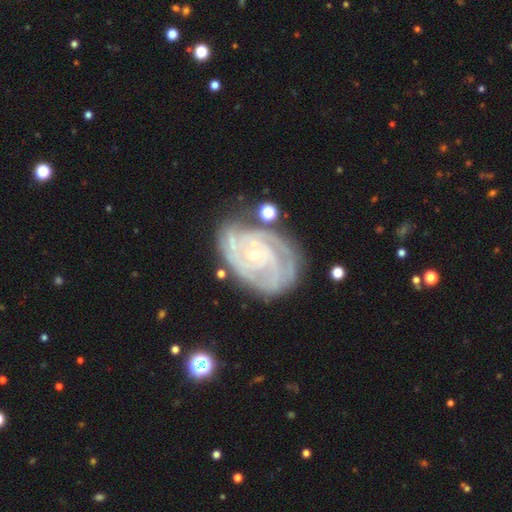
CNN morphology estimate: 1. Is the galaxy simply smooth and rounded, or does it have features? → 87% featured or disk, 7% smooth, 6% star or artifact.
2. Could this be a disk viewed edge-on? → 97% no, 3% yes.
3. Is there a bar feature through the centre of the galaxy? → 75% no, 19% weak, 6% strong.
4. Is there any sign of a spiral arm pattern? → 96% yes, 4% no.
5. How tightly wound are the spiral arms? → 77% tight, 20% medium, 4% loose.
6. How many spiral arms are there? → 27% can't tell, 24% 3, 22% 2, 15% 4, 7% more than 4, 6% 1.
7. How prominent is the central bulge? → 84% small, 12% moderate, 2% none, 1% large, 1% dominant.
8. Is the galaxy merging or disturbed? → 67% none, 21% minor disturbance, 8% major disturbance, 4% merger.